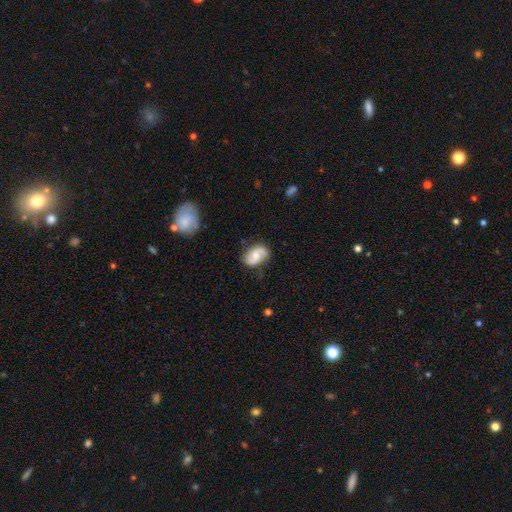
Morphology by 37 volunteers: A featured or disk galaxy (49%) with no bar (78%), 2 (94%) loose (44%) spiral arms (89%) and a moderate central bulge (72%). Merging: none (74%).